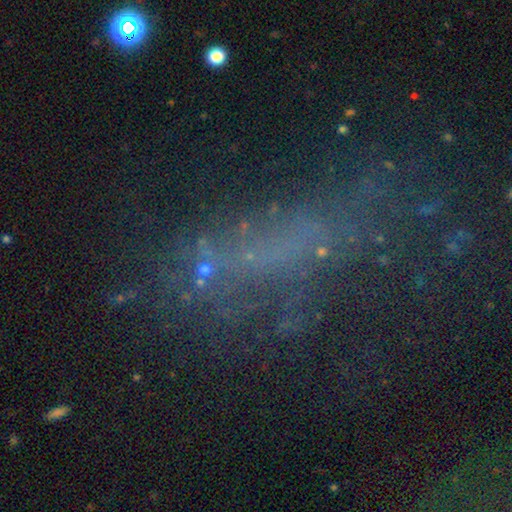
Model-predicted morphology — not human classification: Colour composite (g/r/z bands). It shows a star or artifact, not a galaxy (39%).